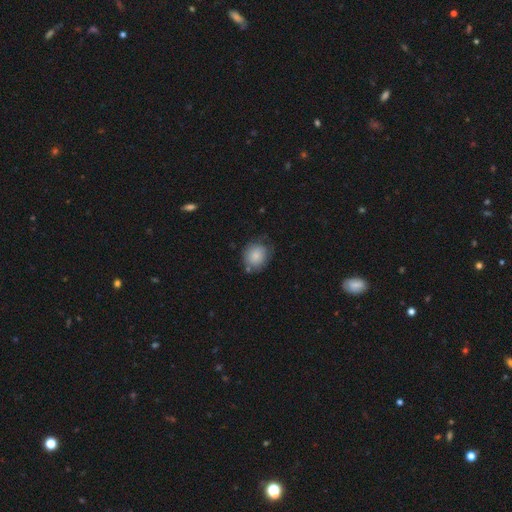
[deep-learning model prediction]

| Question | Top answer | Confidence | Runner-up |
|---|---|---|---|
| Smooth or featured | smooth | 83% | featured or disk (9%) |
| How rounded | round | 71% | in between (28%) |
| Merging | none | 63% | minor disturbance (25%) |